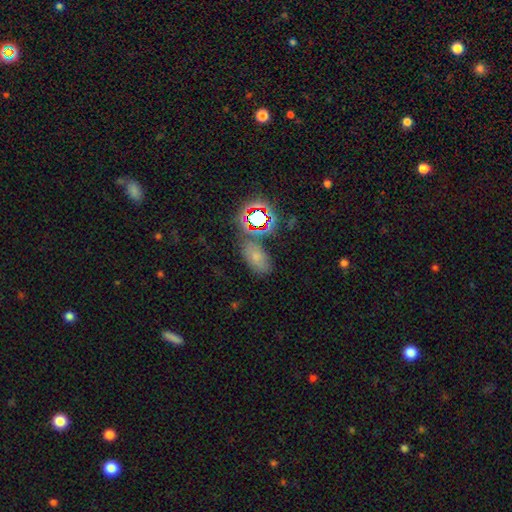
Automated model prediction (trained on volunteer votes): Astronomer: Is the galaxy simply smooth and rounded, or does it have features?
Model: smooth — 58%.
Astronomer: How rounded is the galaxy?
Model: in between — 87%.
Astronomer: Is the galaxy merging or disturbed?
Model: none — 67%.